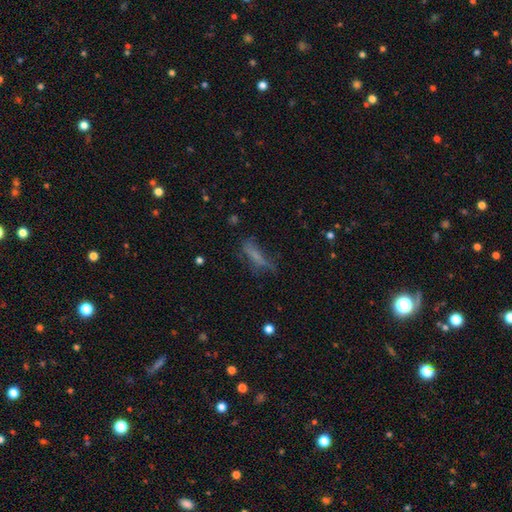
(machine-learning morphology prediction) This is possibly a smooth galaxy (55%). How rounded: likely cigar-shaped (65%). Merging: marginally none (45%).